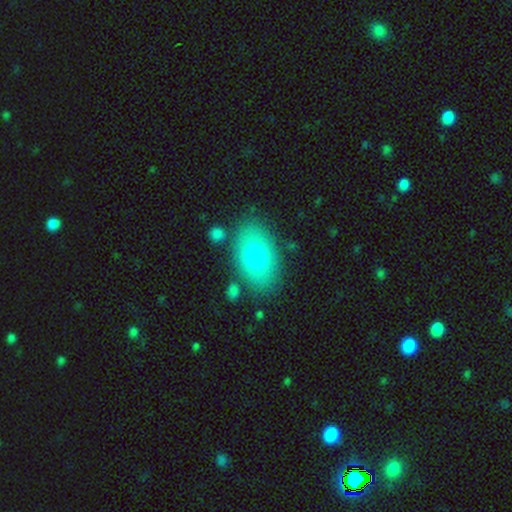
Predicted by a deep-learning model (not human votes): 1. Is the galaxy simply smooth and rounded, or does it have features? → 75% smooth, 17% featured or disk, 8% star or artifact.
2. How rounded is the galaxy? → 88% in between, 11% round, 1% cigar-shaped.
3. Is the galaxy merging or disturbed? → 79% none, 13% minor disturbance, 4% major disturbance, 4% merger.